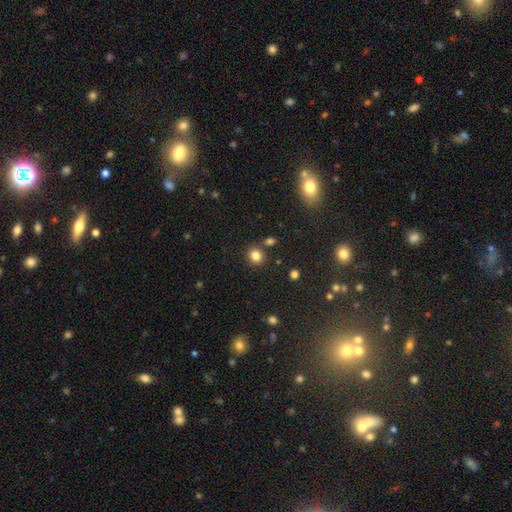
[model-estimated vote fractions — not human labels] Smooth or featured?
  - smooth: 81% *
  - star or artifact: 13%
  - featured or disk: 6%
How rounded?
  - round: 81% *
  - in between: 18%
  - cigar-shaped: 1%
Merging?
  - none: 81% *
  - minor disturbance: 8%
  - merger: 8%
  - major disturbance: 3%